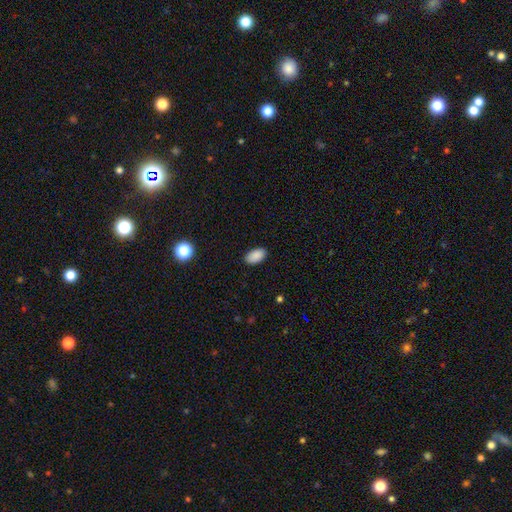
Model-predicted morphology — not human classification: Smooth or featured?
  - smooth: 89% *
  - star or artifact: 8%
  - featured or disk: 3%
How rounded?
  - in between: 94% *
  - round: 4%
  - cigar-shaped: 2%
Merging?
  - none: 88% *
  - minor disturbance: 9%
  - major disturbance: 2%
  - merger: 1%